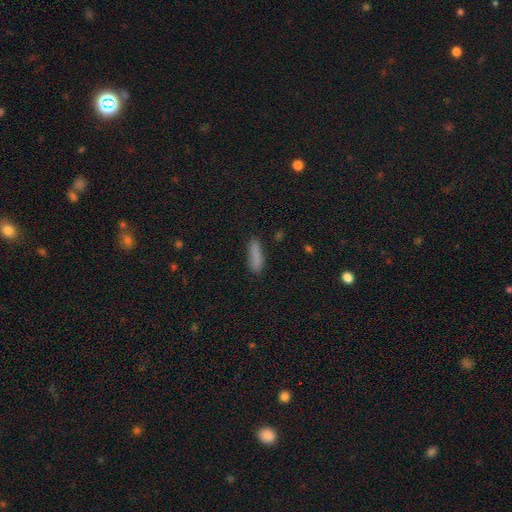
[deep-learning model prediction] smooth_or_featured: smooth (p=0.83) [alt: star or artifact p=0.09]
how_rounded: cigar-shaped (p=0.68) [alt: in between p=0.30]
merging: none (p=0.78) [alt: minor disturbance p=0.15]